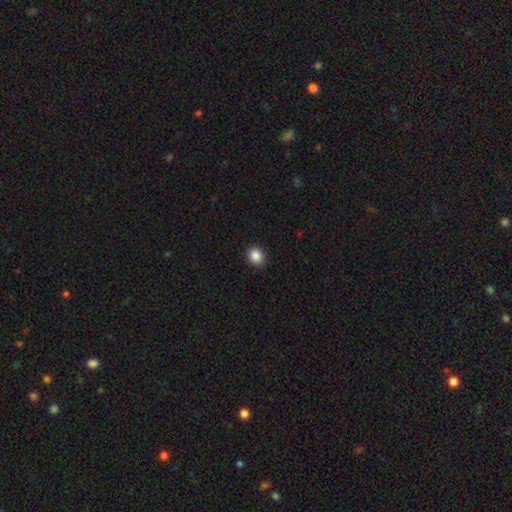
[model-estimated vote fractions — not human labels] A smooth galaxy with no disk features (87%) that is round (79%).

Vote fractions:
- Smooth or featured? smooth: 87% / star or artifact: 9% / featured or disk: 3%
- How rounded? round: 79% / in between: 21% / cigar-shaped: 1%
- Merging? none: 91% / minor disturbance: 6% / major disturbance: 2% / merger: 1%